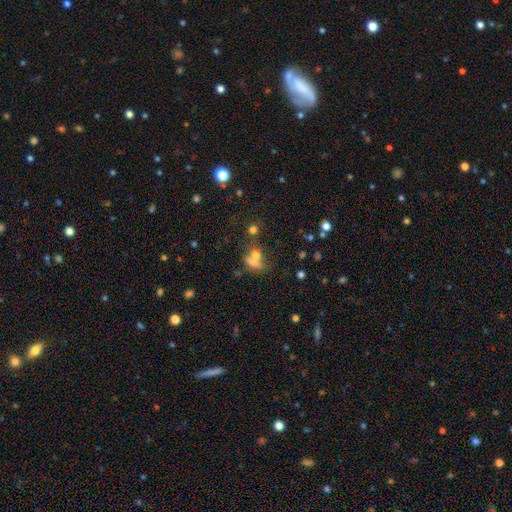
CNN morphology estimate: smooth_or_featured: smooth (p=0.54) [alt: star or artifact p=0.27]
how_rounded: round (p=0.48) [alt: in between p=0.46]
merging: merger (p=0.42) [alt: none p=0.39]